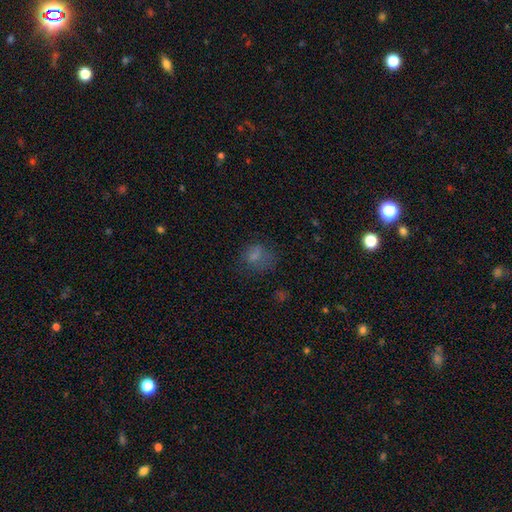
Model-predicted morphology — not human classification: Smooth or featured: smooth — 69% (star or artifact — 19%)
How rounded: round — 58% (in between — 40%)
Merging: none — 51% (minor disturbance — 24%)